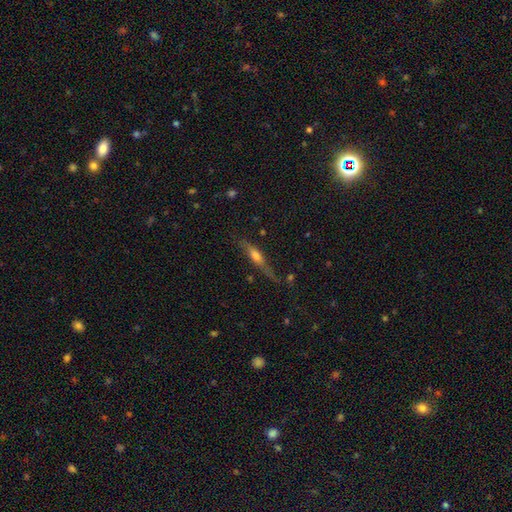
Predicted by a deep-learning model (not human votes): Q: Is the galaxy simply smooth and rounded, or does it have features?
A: featured or disk — 51%.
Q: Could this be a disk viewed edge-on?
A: yes — 88%.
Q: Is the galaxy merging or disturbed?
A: none — 63%.